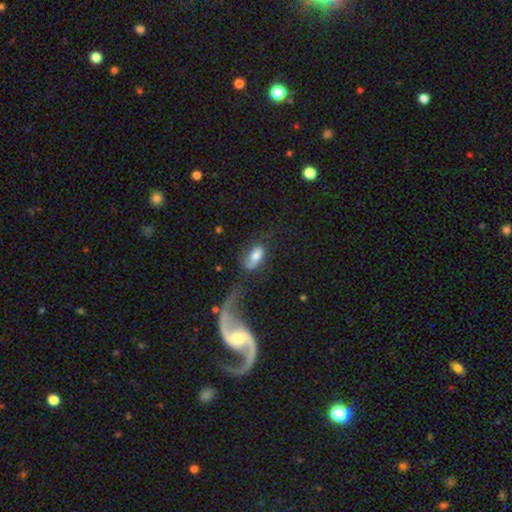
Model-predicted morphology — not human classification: Smooth or featured? smooth (60%)
How rounded? in between (90%)
Merging? none (39%)